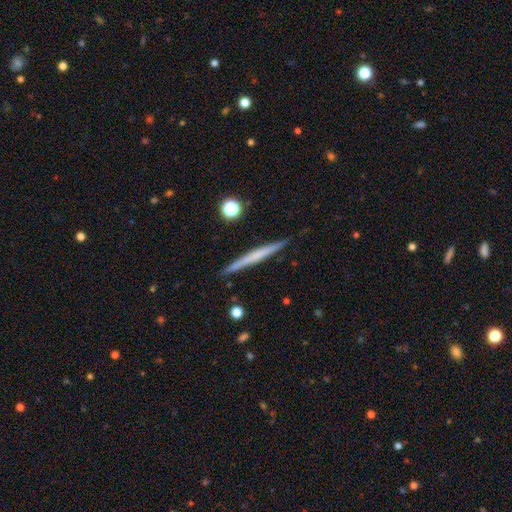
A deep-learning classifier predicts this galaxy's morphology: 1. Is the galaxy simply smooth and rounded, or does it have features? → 47% featured or disk (tied), 47% smooth (tied), 6% star or artifact.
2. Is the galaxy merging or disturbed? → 91% none, 7% minor disturbance, 1% major disturbance, 1% merger.